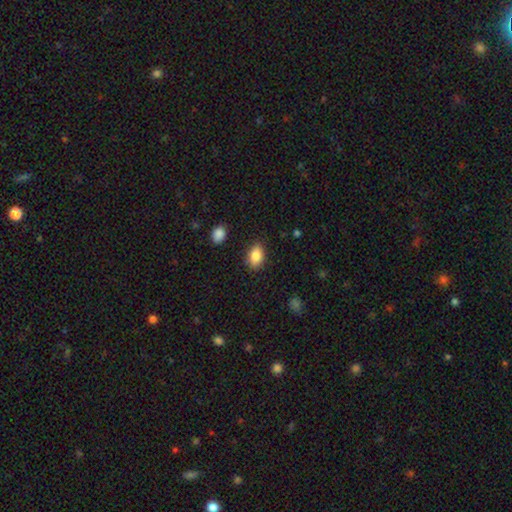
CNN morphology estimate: The model was most divided on "merging": none: 84%, minor disturbance: 12%, major disturbance: 3%, merger: 2%. More confident: how rounded — in between (86%); smooth or featured — smooth (85%).